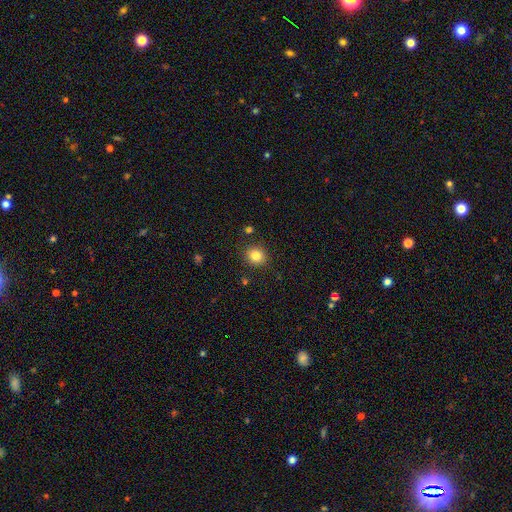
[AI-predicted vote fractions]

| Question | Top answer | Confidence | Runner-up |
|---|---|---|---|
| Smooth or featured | smooth | 83% | star or artifact (11%) |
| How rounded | round | 82% | in between (17%) |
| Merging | none | 88% | minor disturbance (8%) |